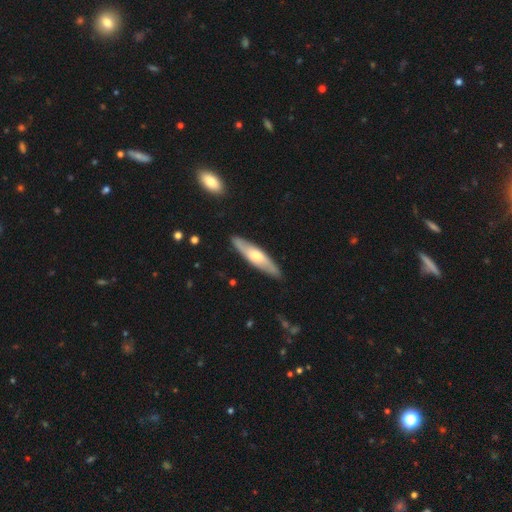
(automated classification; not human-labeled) Overall: featured or disk (51%; smooth 44%). Edge-on disk: yes (69%; no 31%). Merging: none (88%).